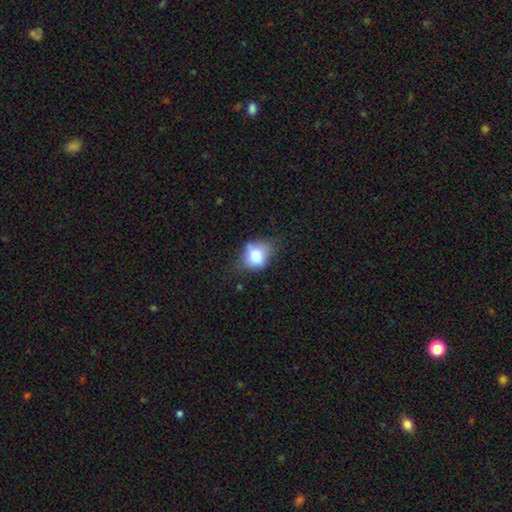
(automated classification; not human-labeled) The model was most divided on "how rounded": round: 50%, in between: 49%, cigar-shaped: 1%. More confident: smooth or featured — smooth (76%); merging — none (53%).